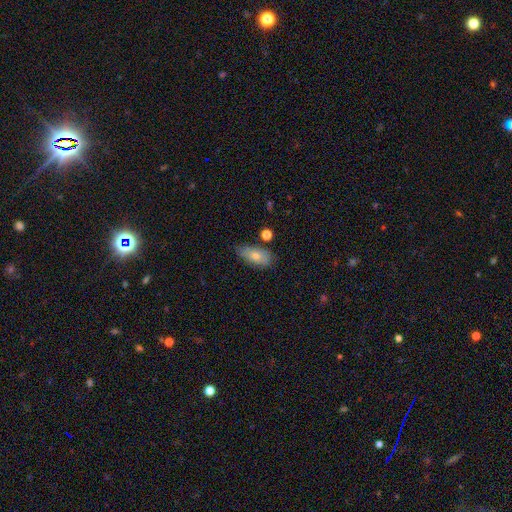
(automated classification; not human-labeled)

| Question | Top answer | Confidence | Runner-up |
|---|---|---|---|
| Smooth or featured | smooth | 70% | featured or disk (22%) |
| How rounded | in between | 85% | cigar-shaped (10%) |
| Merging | none | 72% | minor disturbance (20%) |